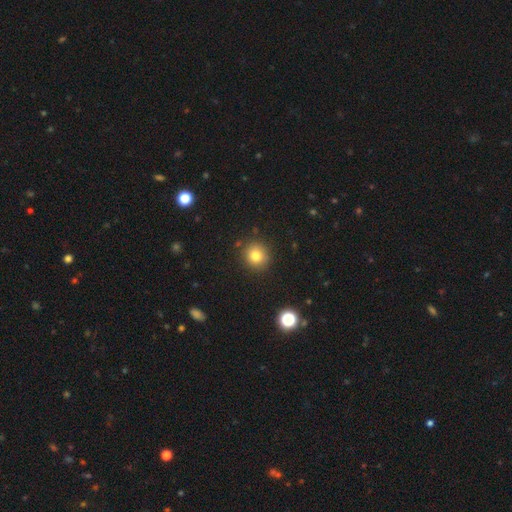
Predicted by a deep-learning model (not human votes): Smooth or featured?
  - smooth: 79% *
  - star or artifact: 13%
  - featured or disk: 8%
How rounded?
  - round: 89% *
  - in between: 10%
  - cigar-shaped: 1%
Merging?
  - none: 88% *
  - minor disturbance: 8%
  - major disturbance: 2%
  - merger: 2%